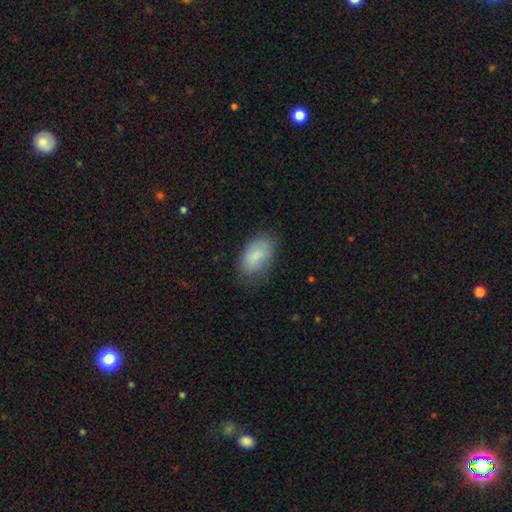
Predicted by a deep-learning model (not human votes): A smooth galaxy with no disk features (84%) that is in between round and cigar-shaped (93%). Merging: none (72%).